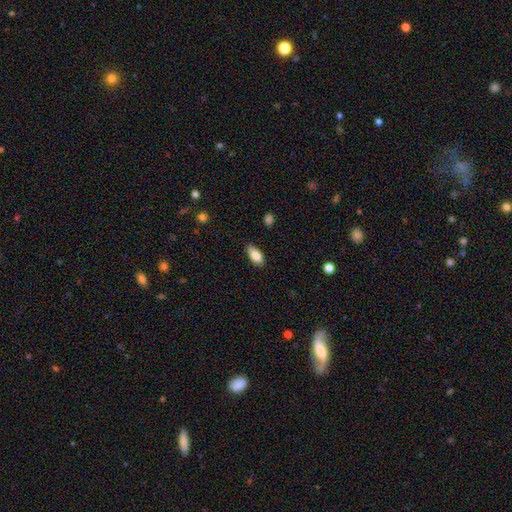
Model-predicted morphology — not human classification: This is clearly a smooth galaxy (82%). How rounded: clearly in between (86%). Merging: clearly none (84%).